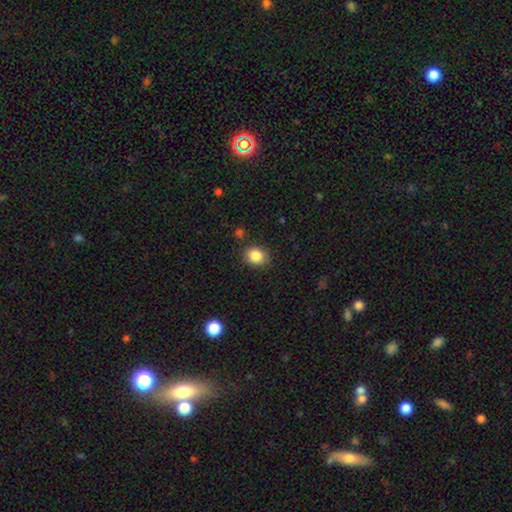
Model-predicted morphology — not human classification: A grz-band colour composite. It shows a smooth galaxy with no disk features (85%) that is round (64%). Merging: none (85%).